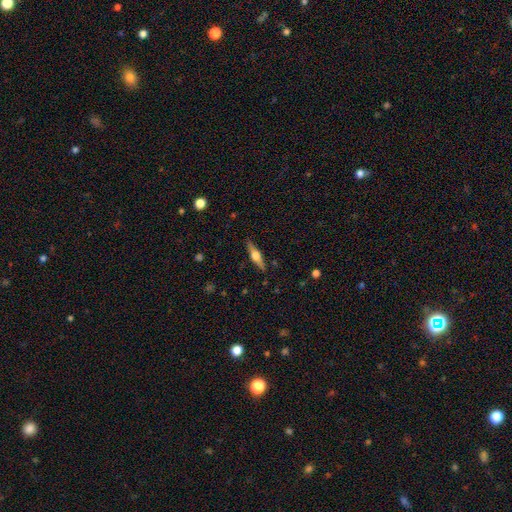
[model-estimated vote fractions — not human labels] Morphology: type=featured or disk (70%); edge-on=yes (97%); edge-on bulge=rounded (94%); merging=none (89%).